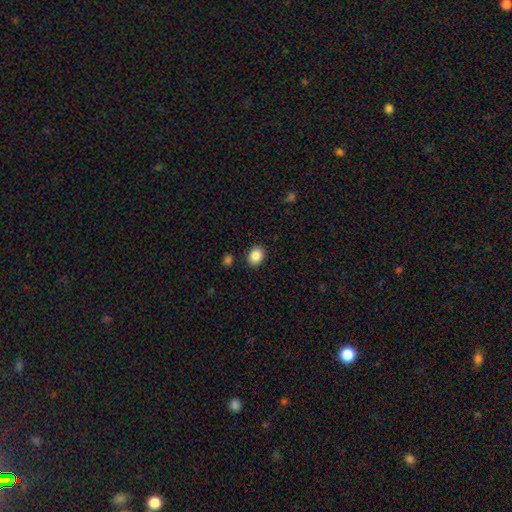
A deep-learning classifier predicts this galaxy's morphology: This appears to be a smooth galaxy with no disk features (86%) that is in between round and cigar-shaped (52%). Merging: none (88%).